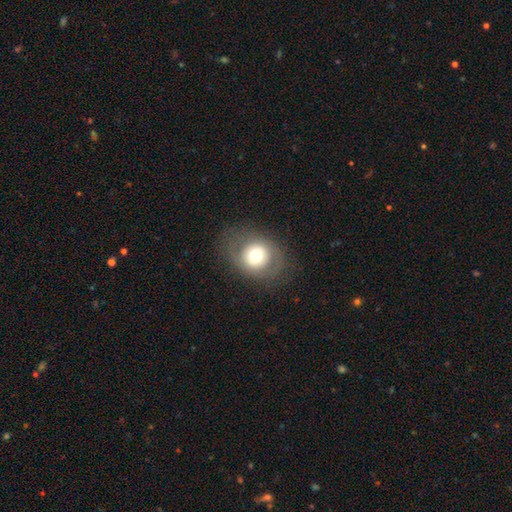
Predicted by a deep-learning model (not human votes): Smooth or featured: smooth — 62% (featured or disk — 28%)
How rounded: round — 63% (in between — 36%)
Merging: none — 78% (minor disturbance — 13%)